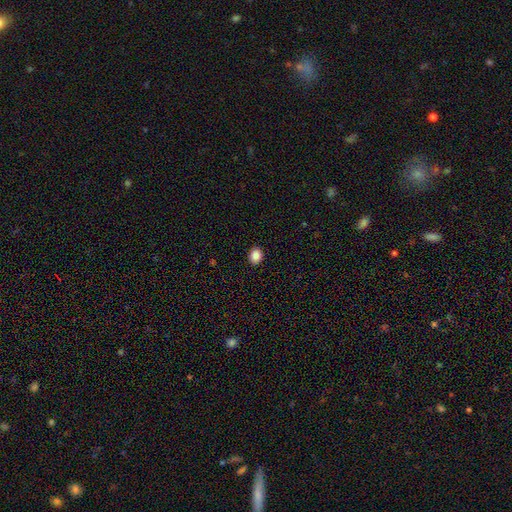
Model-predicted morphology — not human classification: Overall: smooth (87%). How rounded: round (54%; in between 45%). Merging: none (92%).